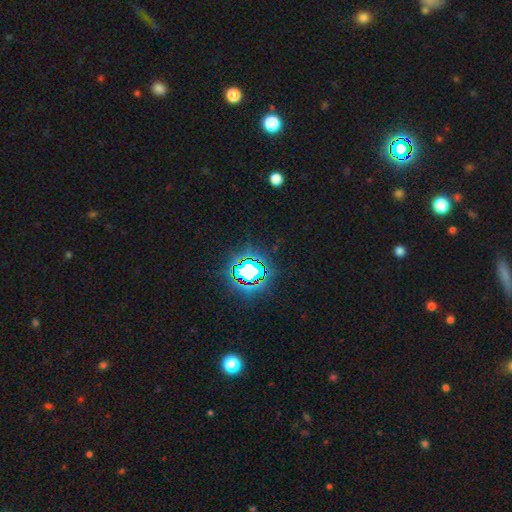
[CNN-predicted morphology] Smooth or featured?
  - star or artifact: 83% *
  - smooth: 11%
  - featured or disk: 7%